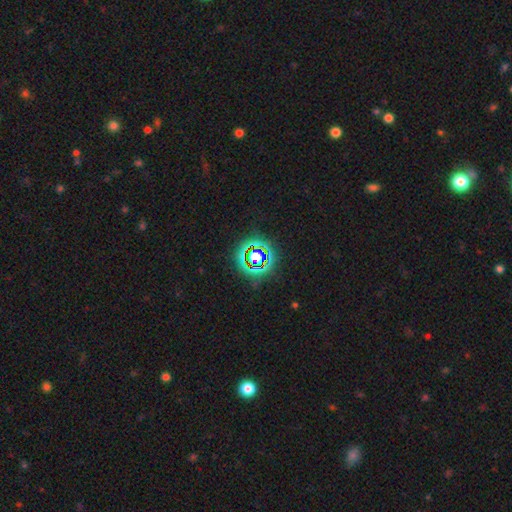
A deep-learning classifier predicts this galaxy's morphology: Overall: star or artifact (70%).